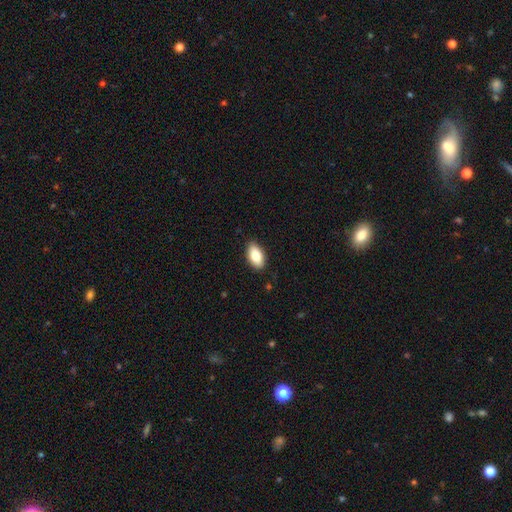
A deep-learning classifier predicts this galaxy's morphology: smooth_or_featured: smooth (p=0.83) [alt: featured or disk p=0.10]
how_rounded: in between (p=0.93) [alt: cigar-shaped p=0.04]
merging: none (p=0.87) [alt: minor disturbance p=0.11]